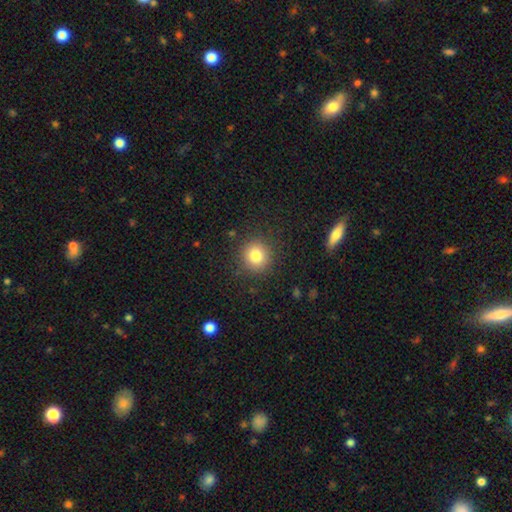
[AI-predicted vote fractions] Smooth or featured? Predicted: smooth (p=0.81). How rounded? Predicted: round (p=0.91). Merging? Predicted: none (p=0.89).